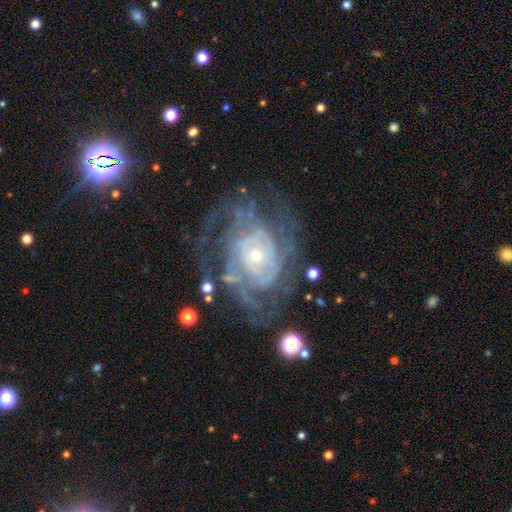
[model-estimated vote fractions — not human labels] The model was most divided on "spiral arm count": can't tell: 46%, 2: 15%, 3: 13%, 4: 12%, more than 4: 8%, 1: 6%. More confident: edge-on disk — no (97%); spiral arms — yes (89%); smooth or featured — featured or disk (86%); bar — no (75%); bulge size — small (69%); spiral winding — tight (67%); merging — none (60%).